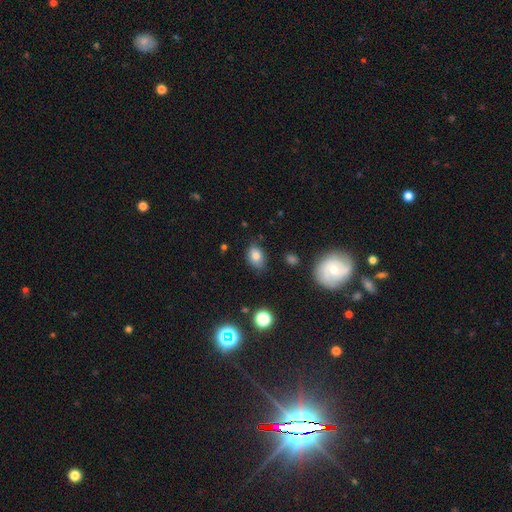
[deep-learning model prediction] This is likely a smooth galaxy (78%). How rounded: likely in between (76%). Merging: likely none (70%).